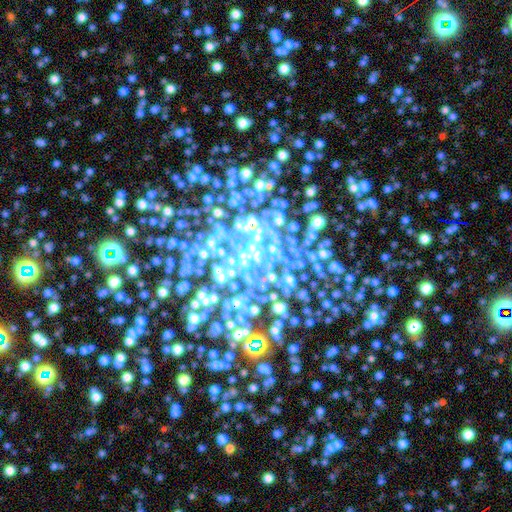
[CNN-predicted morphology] Q: Smooth or featured?
A: featured or disk (49%); runner-up: star or artifact (37%)
Q: Merging?
A: none (54%); runner-up: merger (21%)